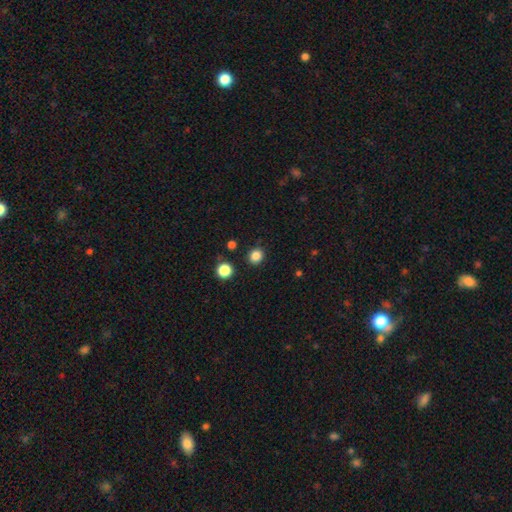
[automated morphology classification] Smooth or featured?
  - smooth: 84% *
  - star or artifact: 12%
  - featured or disk: 4%
How rounded?
  - round: 83% *
  - in between: 16%
  - cigar-shaped: 1%
Merging?
  - none: 89% *
  - minor disturbance: 6%
  - merger: 2%
  - major disturbance: 2%